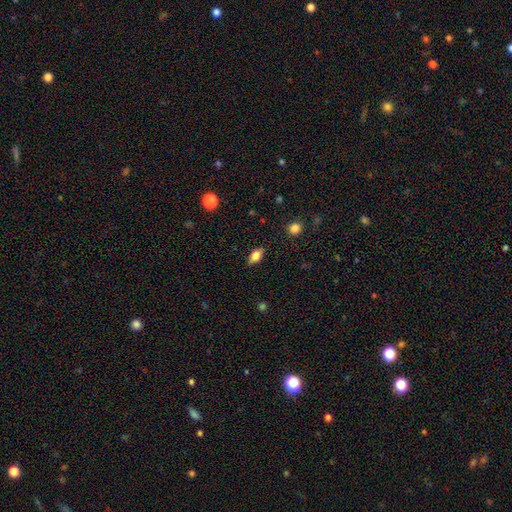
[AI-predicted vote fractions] A smooth galaxy with no disk features (76%) that is in between round and cigar-shaped (87%).

Vote fractions:
- Smooth or featured? smooth: 76% / featured or disk: 16% / star or artifact: 8%
- How rounded? in between: 87% / cigar-shaped: 7% / round: 6%
- Merging? none: 86% / minor disturbance: 10% / major disturbance: 2% / merger: 1%